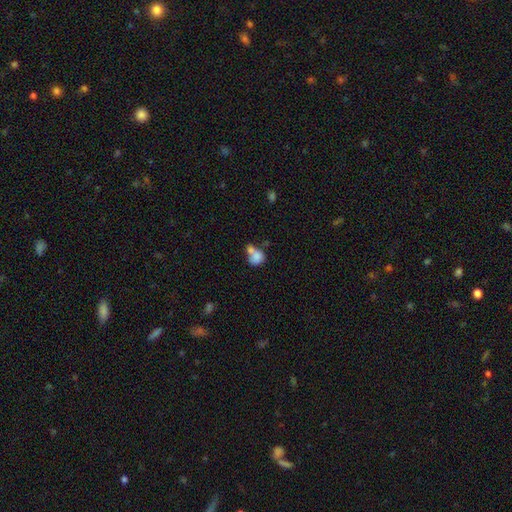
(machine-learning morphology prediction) This is likely a smooth galaxy (76%). How rounded: possibly round (55%). Merging: possibly merger (59%).